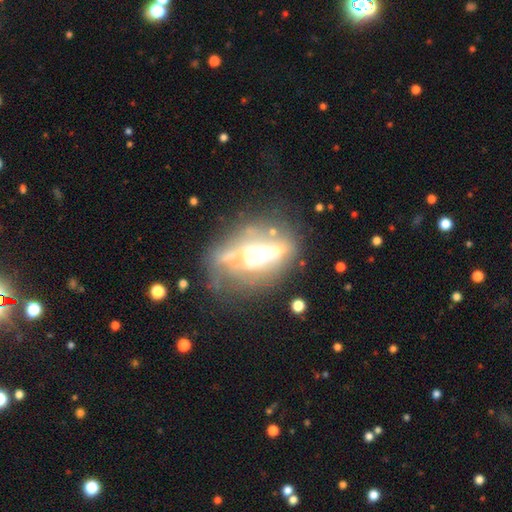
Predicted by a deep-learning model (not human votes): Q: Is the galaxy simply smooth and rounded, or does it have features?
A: featured or disk — 71%.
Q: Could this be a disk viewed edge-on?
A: no — 59%.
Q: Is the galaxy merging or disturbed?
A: none — 50%.